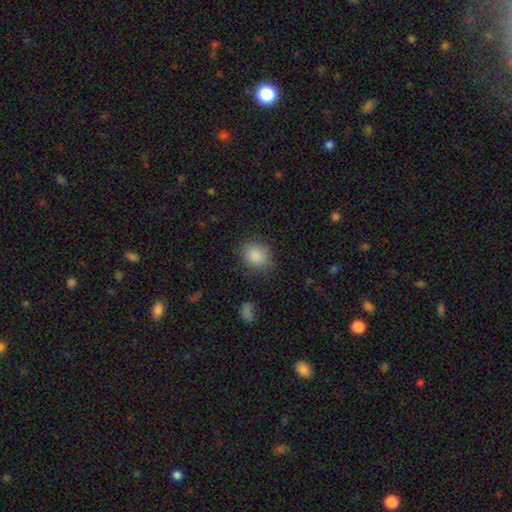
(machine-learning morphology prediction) smooth-or-featured: smooth: 87% | star or artifact: 8% | featured or disk: 5%
  how-rounded: round: 69% | in between: 30% | cigar-shaped: 1%
  merging: none: 80% | minor disturbance: 14% | major disturbance: 4% | merger: 2%